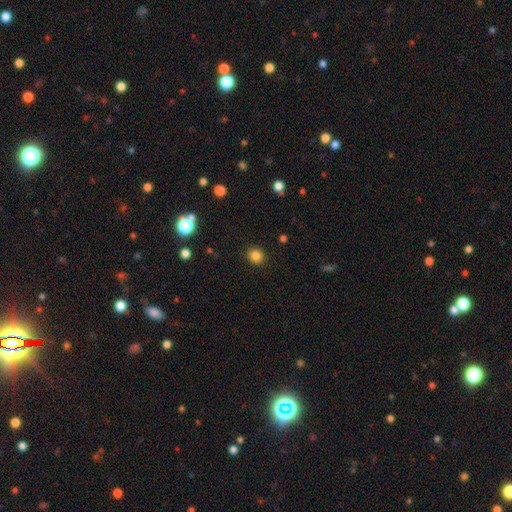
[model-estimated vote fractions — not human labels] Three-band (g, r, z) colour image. It shows a smooth galaxy with no disk features (84%) that is round (82%). Merging: none (91%).